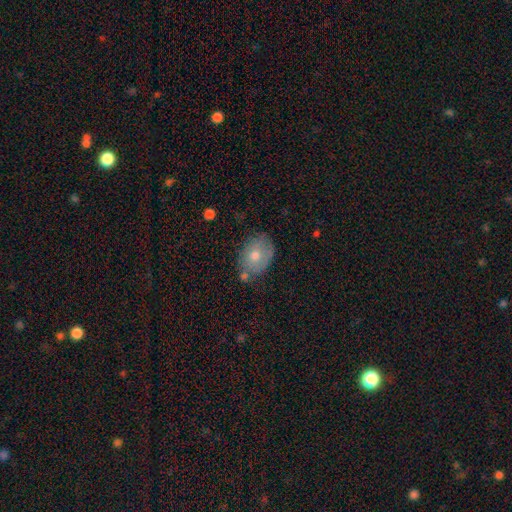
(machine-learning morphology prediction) This appears to be a smooth galaxy with no disk features (67%) that is in between round and cigar-shaped (73%). Merging: none (61%).